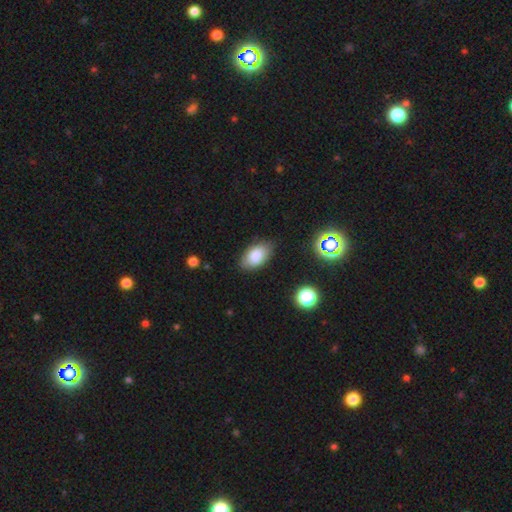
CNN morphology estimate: Smooth or featured? Predicted: smooth (p=0.84). How rounded? Predicted: in between (p=0.93). Merging? Predicted: none (p=0.81).